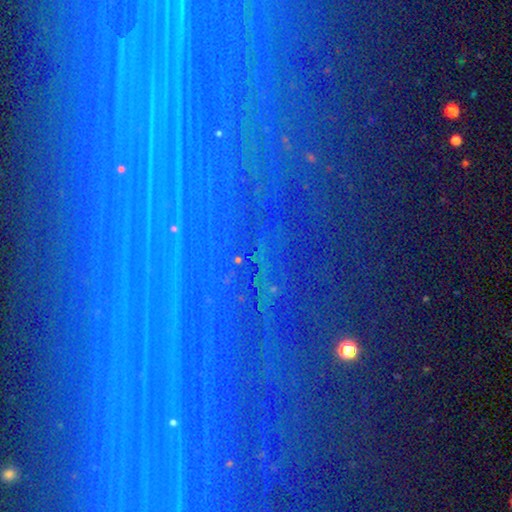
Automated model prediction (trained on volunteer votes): A star or artifact, not a galaxy (85%).

Vote fractions:
- Smooth or featured? star or artifact: 85% / featured or disk: 8% / smooth: 7%